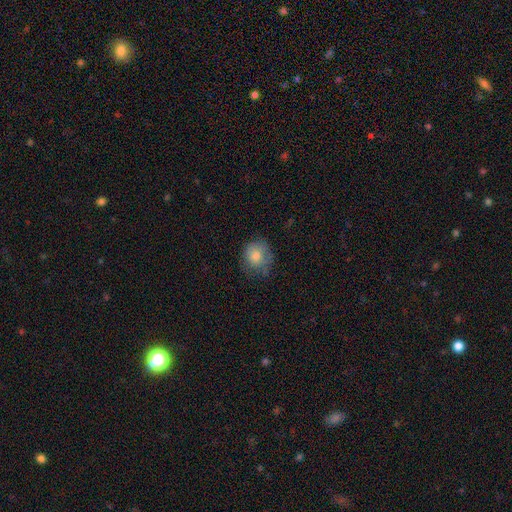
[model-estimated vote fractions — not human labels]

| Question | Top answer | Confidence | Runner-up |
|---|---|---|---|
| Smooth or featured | smooth | 77% | featured or disk (13%) |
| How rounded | round | 77% | in between (22%) |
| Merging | none | 62% | minor disturbance (27%) |